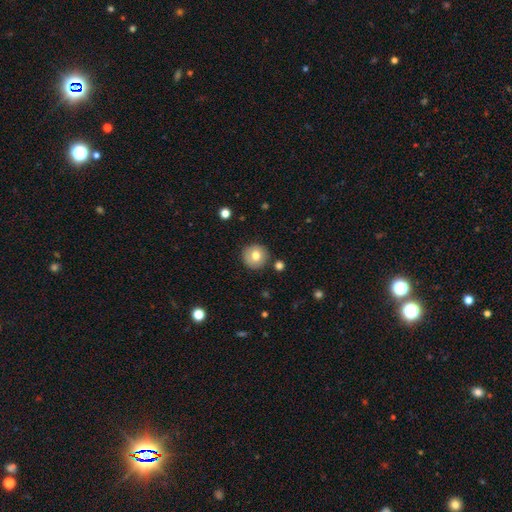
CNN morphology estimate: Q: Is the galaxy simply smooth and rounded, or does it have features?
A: smooth — 75%.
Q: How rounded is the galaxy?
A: round — 94%.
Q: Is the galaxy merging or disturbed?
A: none — 88%.